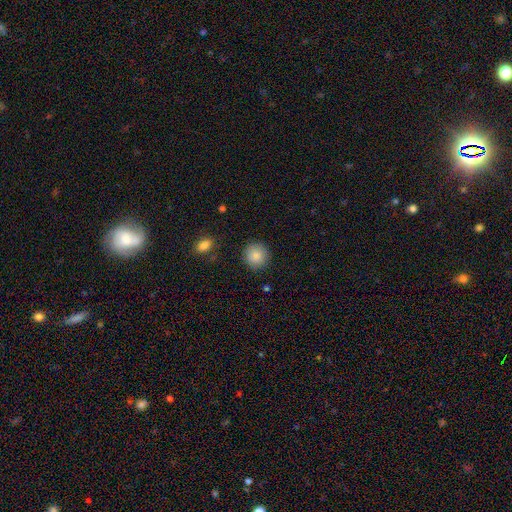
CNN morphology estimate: smooth 87%, star or artifact 8%, featured or disk 5%. Down the decision tree: how rounded — round (92%); merging — none (89%).